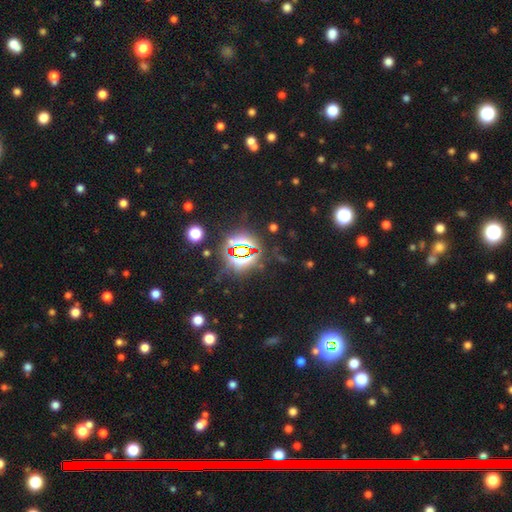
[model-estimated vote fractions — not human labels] This is likely a star or artifact rather than a galaxy (77%).